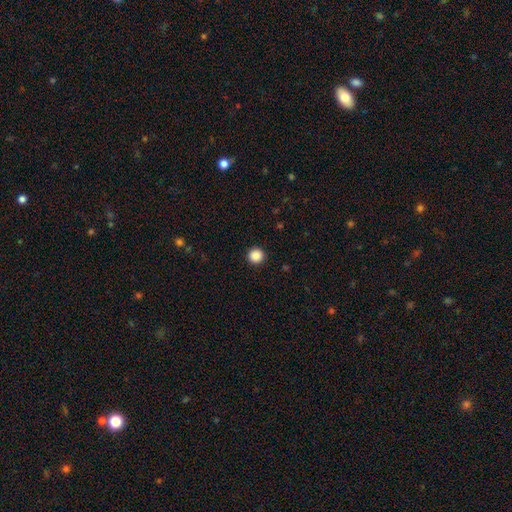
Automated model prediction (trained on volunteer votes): The model was most divided on "smooth or featured": smooth: 88%, star or artifact: 10%, featured or disk: 2%. More confident: how rounded — round (95%); merging — none (93%).